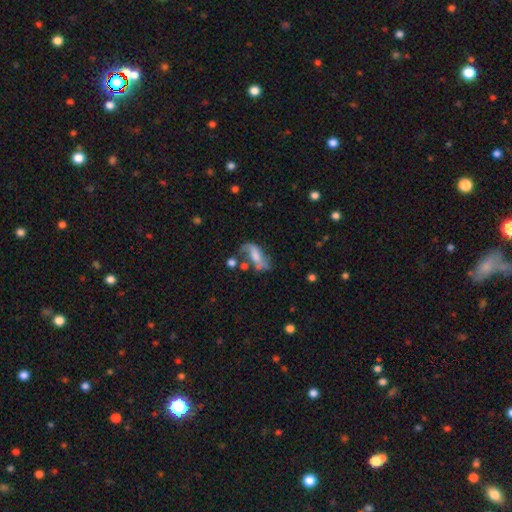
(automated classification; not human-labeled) The model was most divided on "merging": major disturbance: 32%, none: 31%, minor disturbance: 21%, merger: 17%. Remaining: edge-on disk — no (91%); spiral arms — yes (70%); smooth or featured — featured or disk (55%); bar — no (47%); bulge size — moderate (31%).